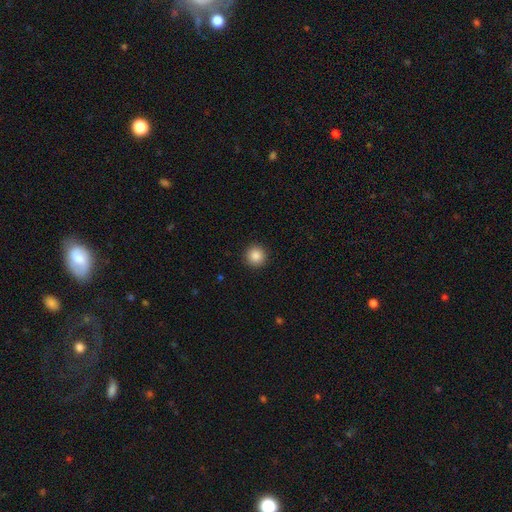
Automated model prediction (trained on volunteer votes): smooth_or_featured: smooth (p=0.87) [alt: star or artifact p=0.09]
how_rounded: round (p=0.95) [alt: in between p=0.04]
merging: none (p=0.92) [alt: minor disturbance p=0.05]